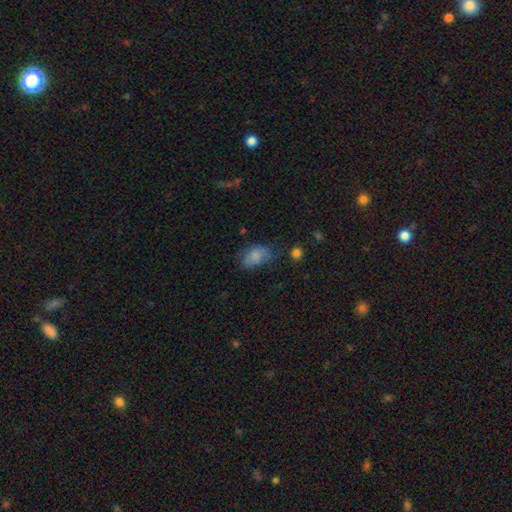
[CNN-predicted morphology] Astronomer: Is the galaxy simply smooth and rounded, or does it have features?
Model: smooth — 79%.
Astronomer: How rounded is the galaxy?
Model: in between — 85%.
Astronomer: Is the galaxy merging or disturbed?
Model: none — 54% (runner-up: minor disturbance, 30%).